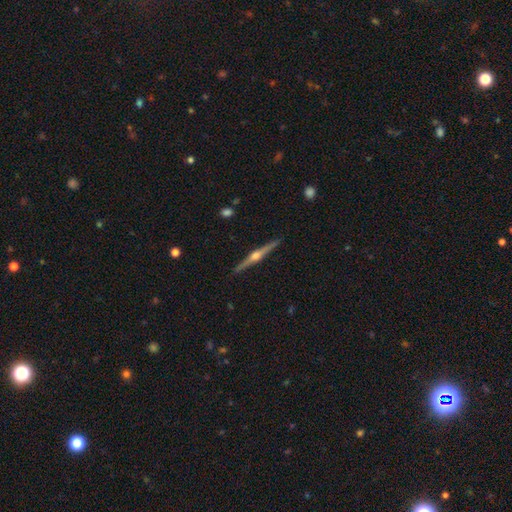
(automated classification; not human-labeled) Morphology: type=featured or disk (87%); edge-on=yes (99%); edge-on bulge=rounded (94%); merging=none (93%).